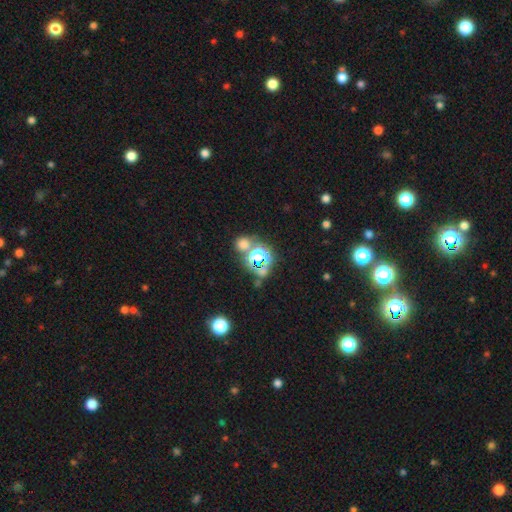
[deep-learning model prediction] This is possibly a star or artifact rather than a galaxy (47%).